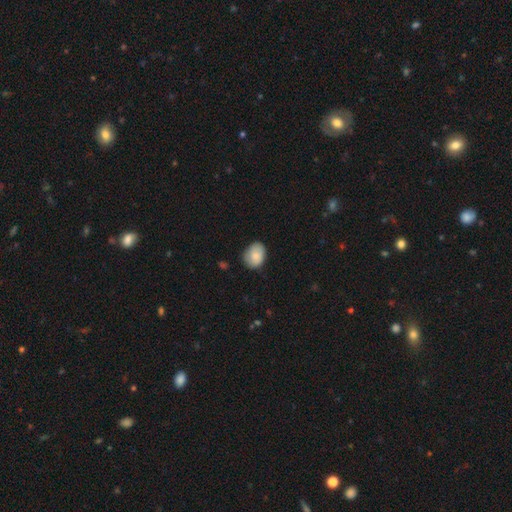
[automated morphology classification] This is clearly a smooth galaxy (80%). How rounded: likely in between (64%). Merging: likely none (71%).